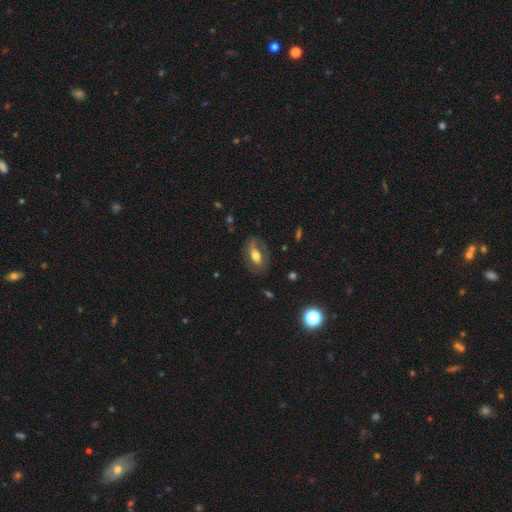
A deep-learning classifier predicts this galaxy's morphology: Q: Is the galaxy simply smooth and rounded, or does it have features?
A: smooth — 47%.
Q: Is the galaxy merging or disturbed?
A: none — 68%.